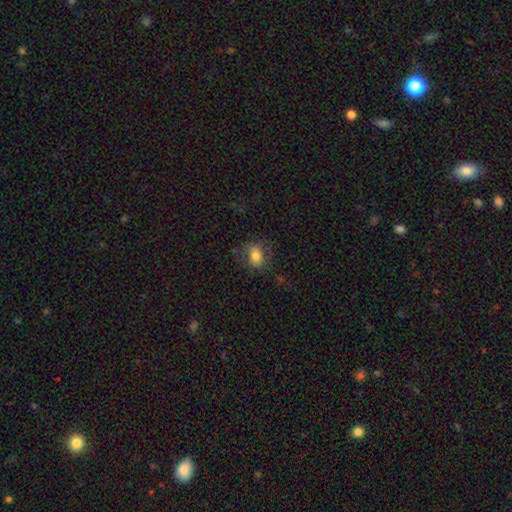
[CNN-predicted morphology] Smooth or featured: smooth — 71% (featured or disk — 19%)
How rounded: in between — 70% (round — 28%)
Merging: none — 61% (minor disturbance — 22%)